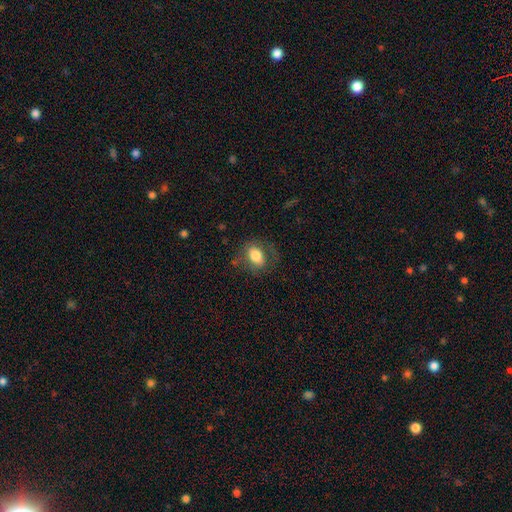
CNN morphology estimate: Smooth or featured: smooth — 74% (featured or disk — 18%)
How rounded: in between — 78% (round — 20%)
Merging: none — 64% (minor disturbance — 20%)